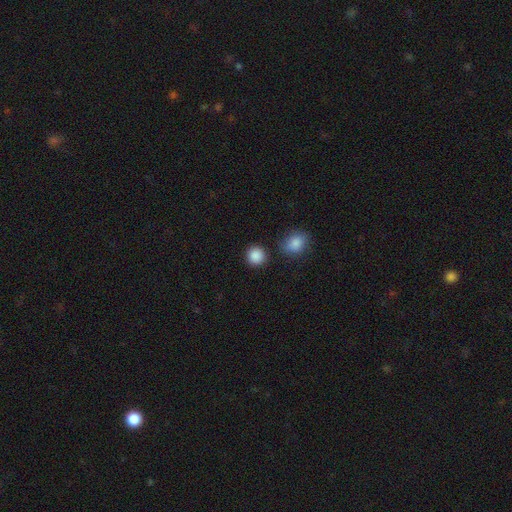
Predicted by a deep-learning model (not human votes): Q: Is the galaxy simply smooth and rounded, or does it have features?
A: smooth — 88%.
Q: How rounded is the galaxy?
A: round — 91%.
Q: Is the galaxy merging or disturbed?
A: none — 84%.